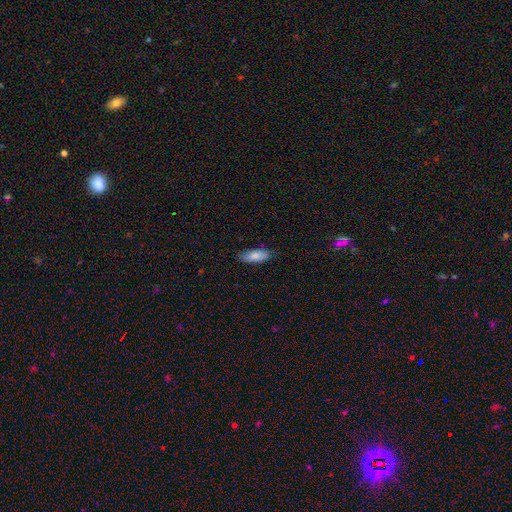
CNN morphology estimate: Smooth or featured: smooth — 84% (featured or disk — 10%)
How rounded: in between — 75% (cigar-shaped — 23%)
Merging: none — 82% (minor disturbance — 14%)